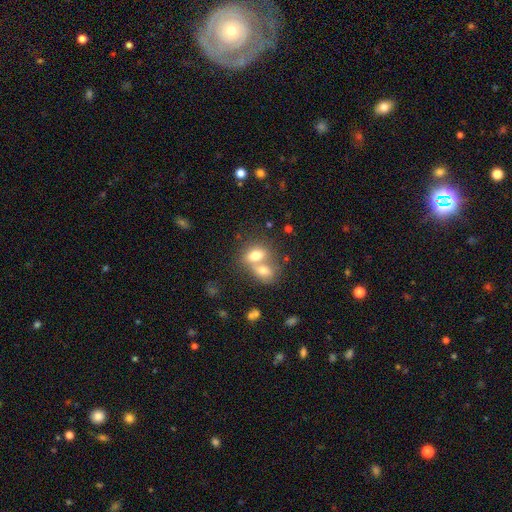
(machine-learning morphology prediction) Smooth or featured? Predicted: smooth (p=0.73). How rounded? Predicted: in between (p=0.76). Merging? Predicted: merger (p=0.66).